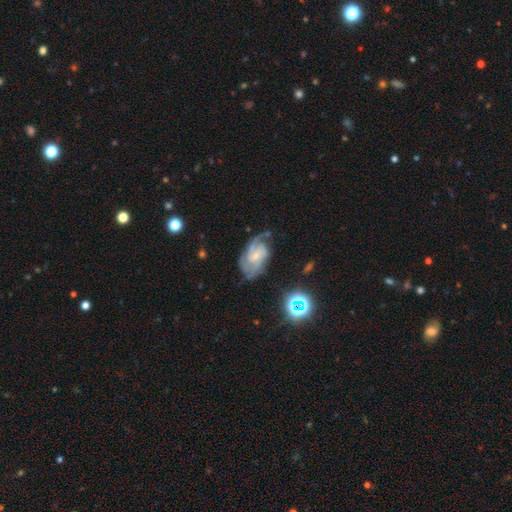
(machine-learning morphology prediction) Smooth or featured? featured or disk (84%)
Edge-on disk? no (97%)
Bar? no (48%)
Spiral arms? yes (96%)
Spiral winding? medium (46%)
Spiral arm count? 2 (42%)
Bulge size? small (68%)
Merging? none (62%)